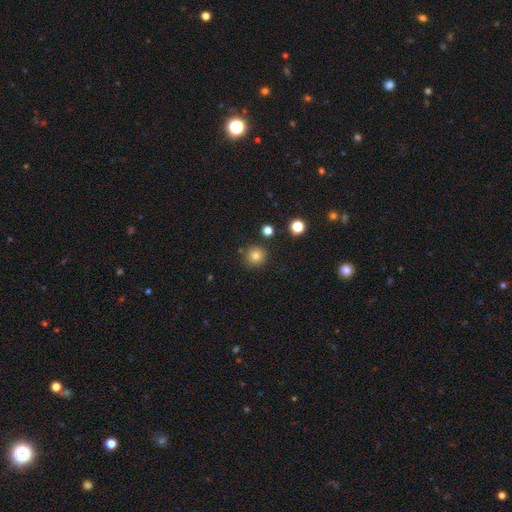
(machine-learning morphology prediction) Smooth or featured?
  - smooth: 80% *
  - star or artifact: 14%
  - featured or disk: 6%
How rounded?
  - round: 95% *
  - in between: 4%
  - cigar-shaped: 1%
Merging?
  - none: 86% *
  - minor disturbance: 7%
  - merger: 4%
  - major disturbance: 2%